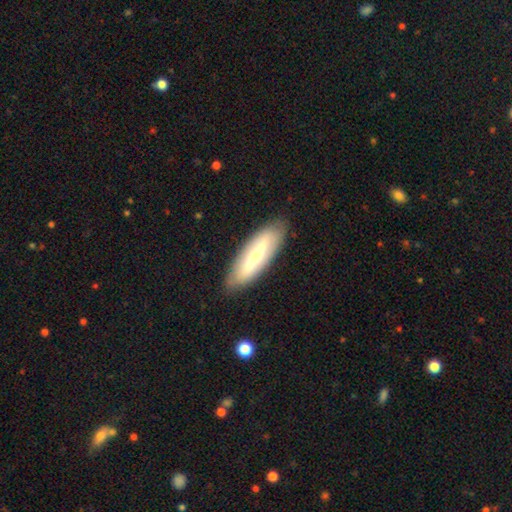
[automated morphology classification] featured or disk 54%, smooth 40%, star or artifact 5%. Down the decision tree: edge-on disk — no (57%); merging — none (85%).